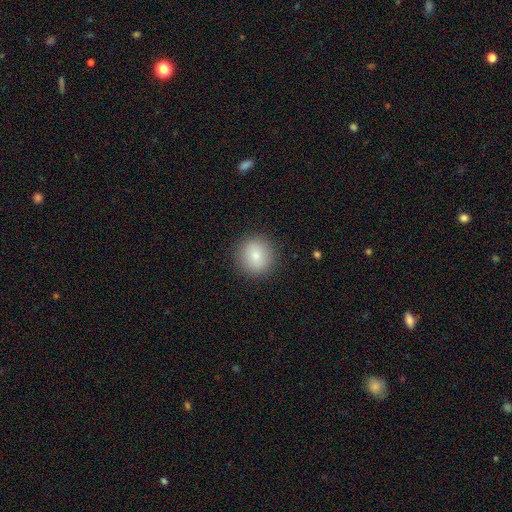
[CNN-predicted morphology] Q: Smooth or featured?
A: smooth (82%); runner-up: star or artifact (9%)
Q: How rounded?
A: round (92%); runner-up: in between (7%)
Q: Merging?
A: none (90%); runner-up: minor disturbance (7%)